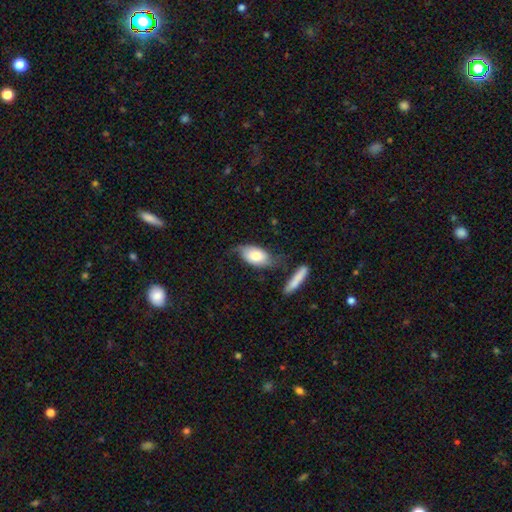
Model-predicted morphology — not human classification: The model was most divided on "merging": none: 43%, minor disturbance: 30%, major disturbance: 16%, merger: 11%. More confident: how rounded — in between (90%); smooth or featured — smooth (67%).